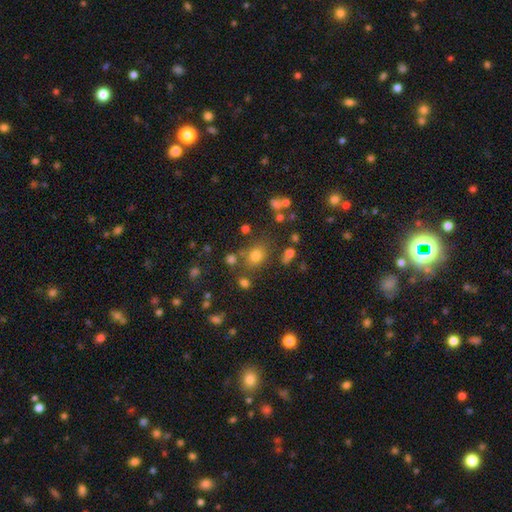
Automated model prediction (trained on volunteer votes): This is likely a smooth galaxy (69%). How rounded: possibly round (60%). Merging: likely none (72%).